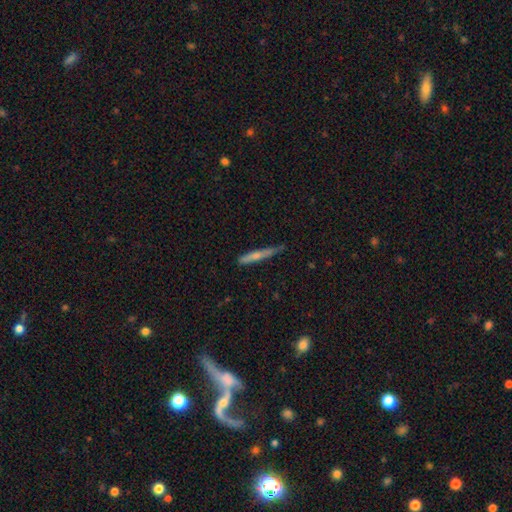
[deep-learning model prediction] smooth-or-featured: smooth: 56% | featured or disk: 37% | star or artifact: 7%
  how-rounded: cigar-shaped: 94% | in between: 4% | round: 2%
  merging: none: 69% | minor disturbance: 25% | major disturbance: 4% | merger: 2%